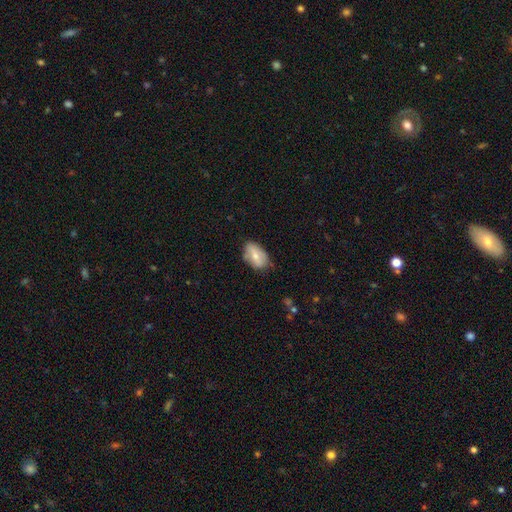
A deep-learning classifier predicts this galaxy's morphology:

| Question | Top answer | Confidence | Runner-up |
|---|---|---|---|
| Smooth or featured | smooth | 64% | featured or disk (29%) |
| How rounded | in between | 90% | round (8%) |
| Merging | none | 64% | minor disturbance (28%) |